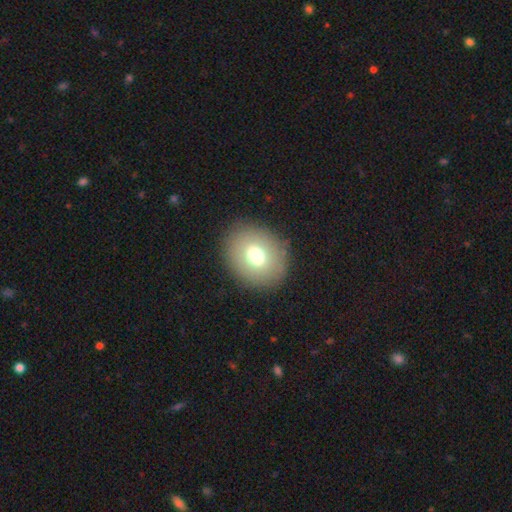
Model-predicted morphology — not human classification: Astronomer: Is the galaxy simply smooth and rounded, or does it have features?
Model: smooth — 71%.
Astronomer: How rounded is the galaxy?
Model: round — 58% (runner-up: in between, 41%).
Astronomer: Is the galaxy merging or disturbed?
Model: none — 87%.